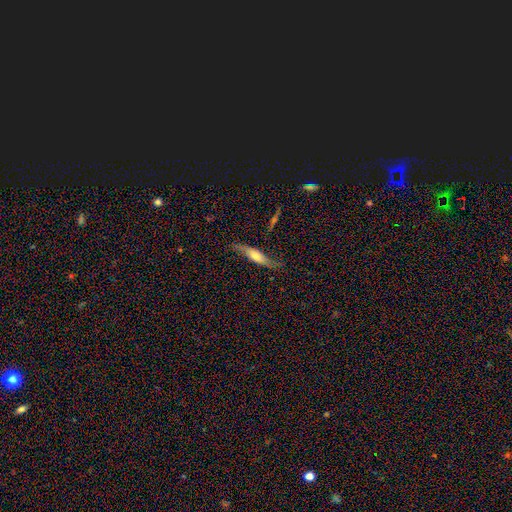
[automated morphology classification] Smooth or featured?
  - featured or disk: 54% *
  - smooth: 38%
  - star or artifact: 7%
Edge-on disk?
  - yes: 63% *
  - no: 37%
Merging?
  - none: 69% *
  - minor disturbance: 21%
  - major disturbance: 8%
  - merger: 2%